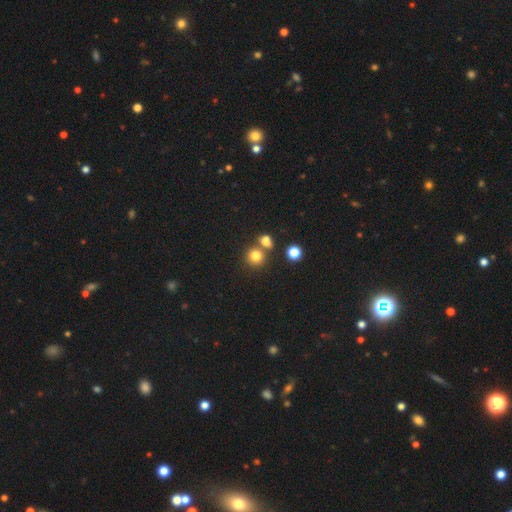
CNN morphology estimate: A smooth galaxy with no disk features (79%) that is round (88%).

Vote fractions:
- Smooth or featured? smooth: 79% / star or artifact: 14% / featured or disk: 7%
- How rounded? round: 88% / in between: 11% / cigar-shaped: 1%
- Merging? none: 65% / merger: 24% / minor disturbance: 8% / major disturbance: 3%